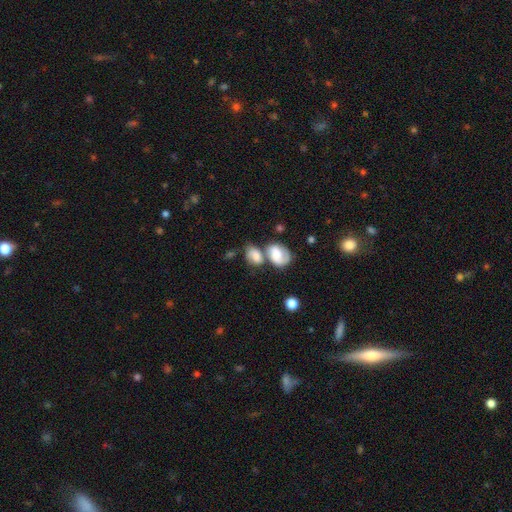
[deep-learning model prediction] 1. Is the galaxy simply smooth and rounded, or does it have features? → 58% smooth, 32% featured or disk, 10% star or artifact.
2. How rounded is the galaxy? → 75% in between, 23% round, 2% cigar-shaped.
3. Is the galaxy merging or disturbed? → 53% merger, 27% none, 12% minor disturbance, 8% major disturbance.